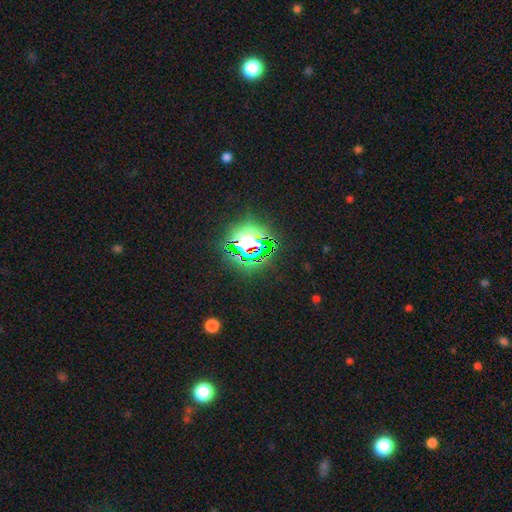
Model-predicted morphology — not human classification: Smooth or featured? Predicted: star or artifact (p=0.78).